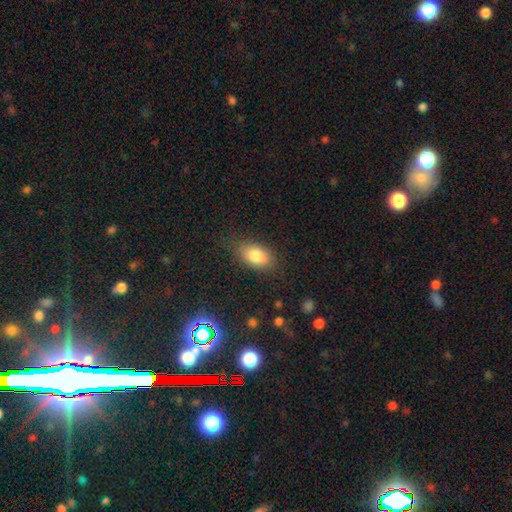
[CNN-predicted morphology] type=smooth (81%); roundness=in between (89%); merging=none (77%).